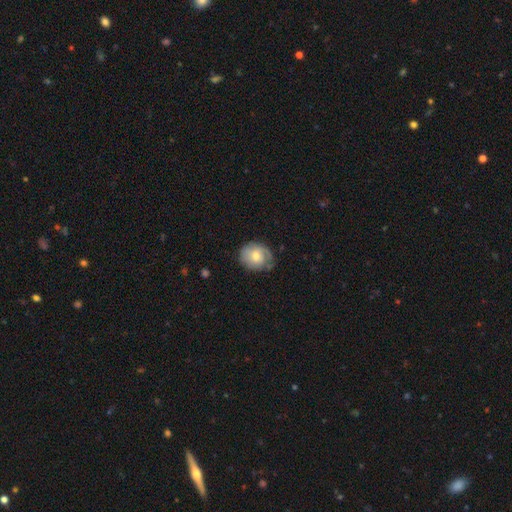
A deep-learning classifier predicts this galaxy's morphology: smooth 54%, featured or disk 39%, star or artifact 7%. Down the decision tree: how rounded — round (62%); merging — none (62%).